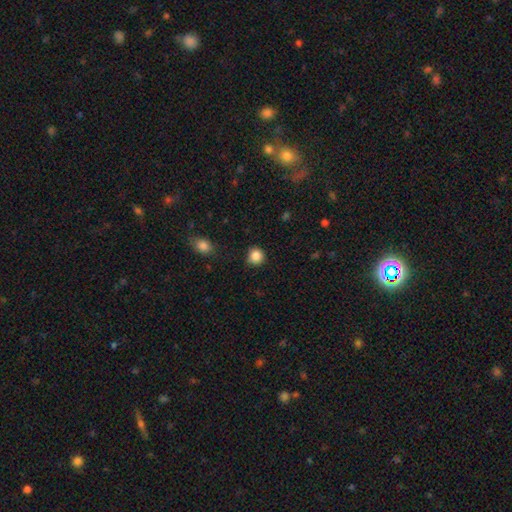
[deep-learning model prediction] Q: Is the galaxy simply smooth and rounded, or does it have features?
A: smooth — 86%.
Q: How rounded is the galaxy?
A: round — 91%.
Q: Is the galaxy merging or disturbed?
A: none — 84%.